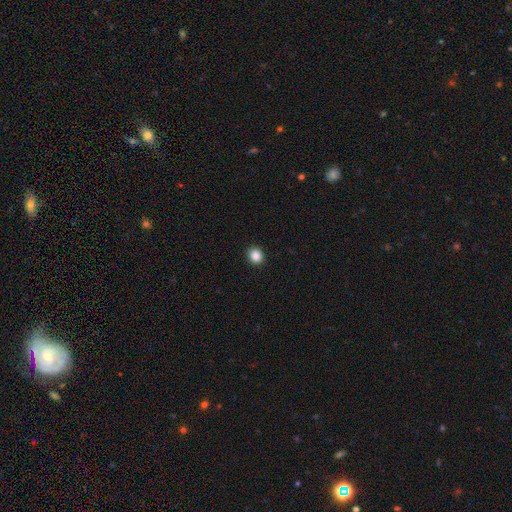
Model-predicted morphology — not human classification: The model was most divided on "how rounded": round: 76%, in between: 23%, cigar-shaped: 1%. More confident: merging — none (92%); smooth or featured — smooth (87%).